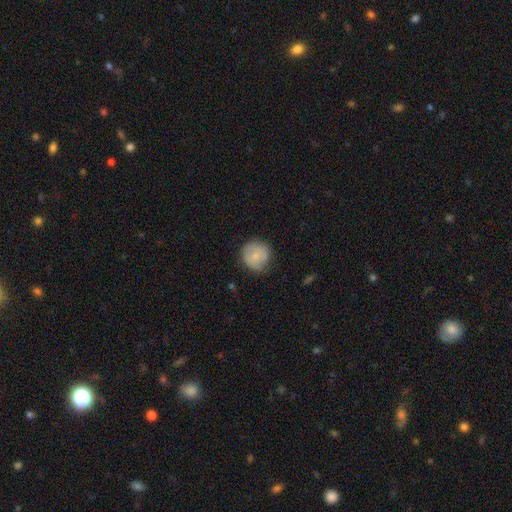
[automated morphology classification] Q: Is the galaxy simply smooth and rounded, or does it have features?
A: smooth — 72%.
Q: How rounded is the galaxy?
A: round — 91%.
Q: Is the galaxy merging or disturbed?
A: none — 74%.